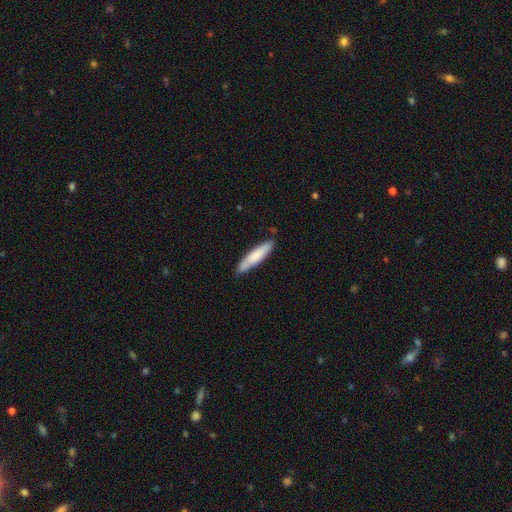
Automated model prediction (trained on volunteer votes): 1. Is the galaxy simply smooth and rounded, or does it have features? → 75% smooth, 20% featured or disk, 5% star or artifact.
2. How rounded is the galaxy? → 80% cigar-shaped, 19% in between, 1% round.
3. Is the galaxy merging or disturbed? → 77% none, 18% minor disturbance, 3% merger, 3% major disturbance.